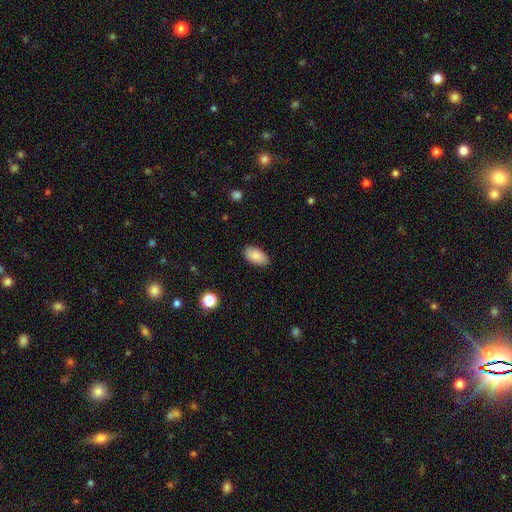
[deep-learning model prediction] Smooth or featured: smooth — 88% (star or artifact — 7%)
How rounded: in between — 94% (round — 3%)
Merging: none — 86% (minor disturbance — 11%)